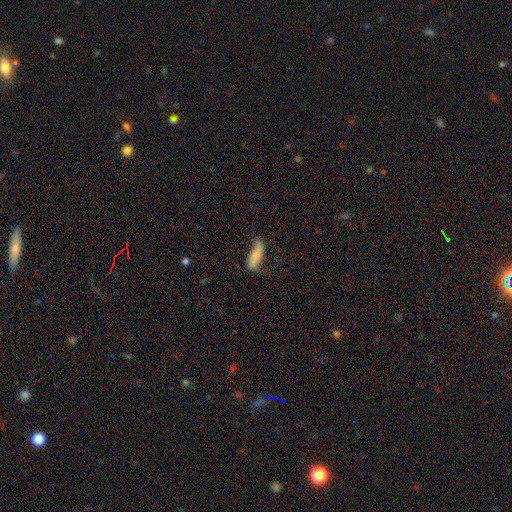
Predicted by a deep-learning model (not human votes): A featured or disk galaxy (47%). Merging: none (55%).